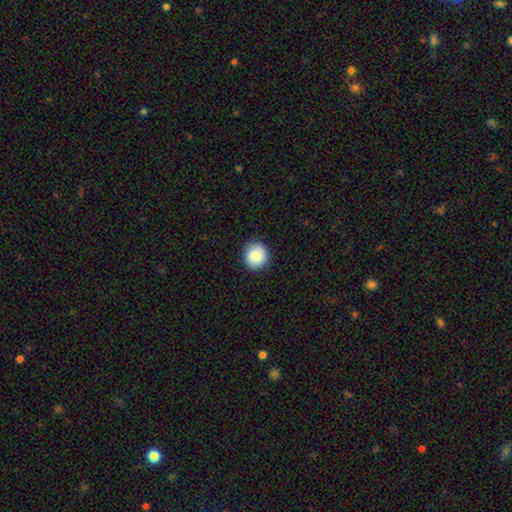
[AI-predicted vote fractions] This is clearly a smooth galaxy (81%). How rounded: clearly round (92%). Merging: clearly none (90%).